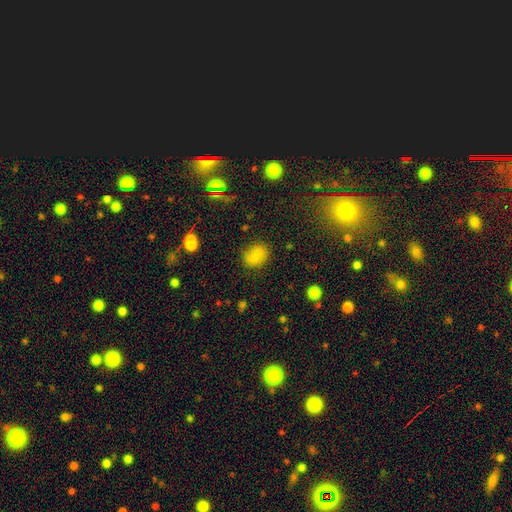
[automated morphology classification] Smooth or featured: smooth — 78% (star or artifact — 12%)
How rounded: round — 51% (in between — 48%)
Merging: none — 80% (minor disturbance — 14%)